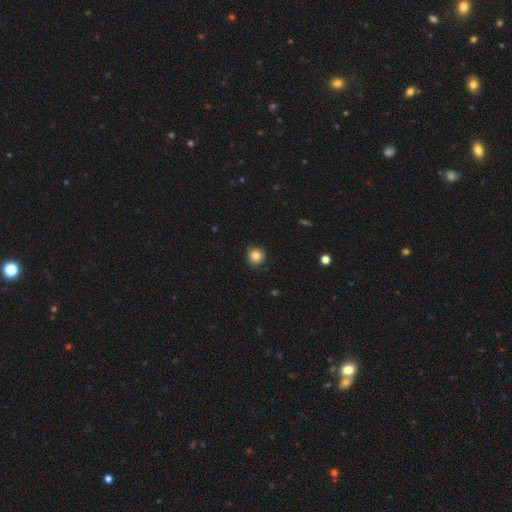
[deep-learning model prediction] Overall: smooth (81%). How rounded: round (91%). Merging: none (81%).